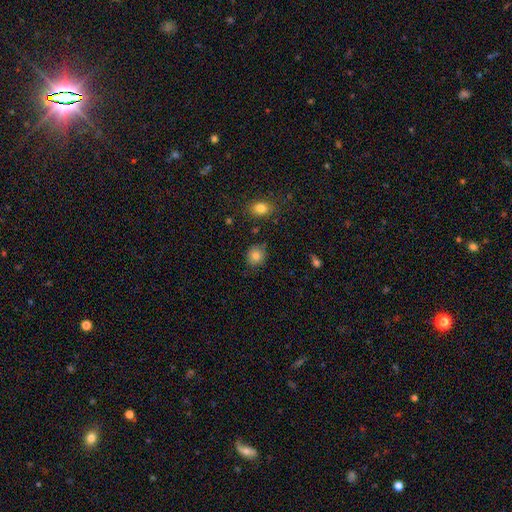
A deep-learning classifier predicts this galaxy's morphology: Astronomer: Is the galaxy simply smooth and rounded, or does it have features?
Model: smooth — 82%.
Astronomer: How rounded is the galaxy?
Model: round — 78%.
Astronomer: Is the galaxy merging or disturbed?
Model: none — 83%.